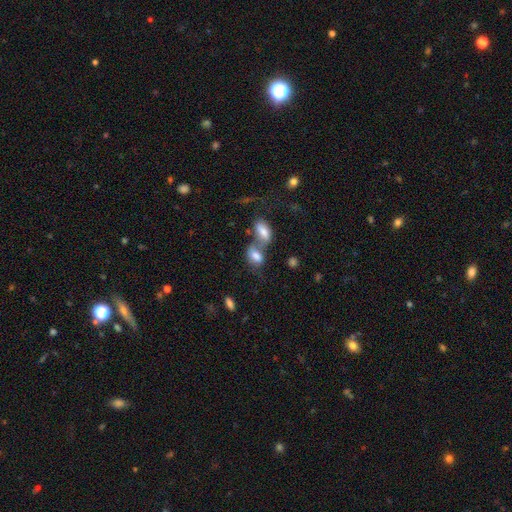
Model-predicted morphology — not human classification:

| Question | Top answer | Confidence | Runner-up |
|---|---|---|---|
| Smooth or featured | smooth | 74% | featured or disk (15%) |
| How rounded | in between | 87% | round (10%) |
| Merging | merger | 62% | none (22%) |